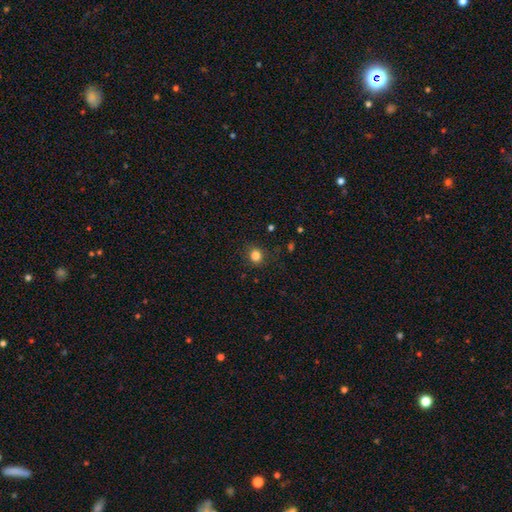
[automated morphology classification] Smooth or featured? smooth (83%)
How rounded? round (79%)
Merging? none (87%)